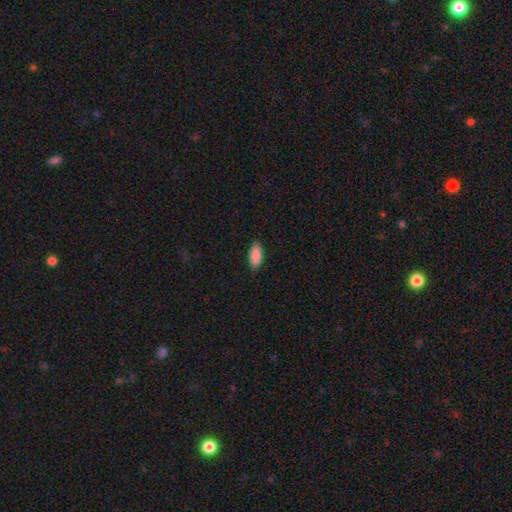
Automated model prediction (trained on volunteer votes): smooth_or_featured: smooth (p=0.90) [alt: star or artifact p=0.06]
how_rounded: in between (p=0.87) [alt: cigar-shaped p=0.11]
merging: none (p=0.87) [alt: minor disturbance p=0.11]